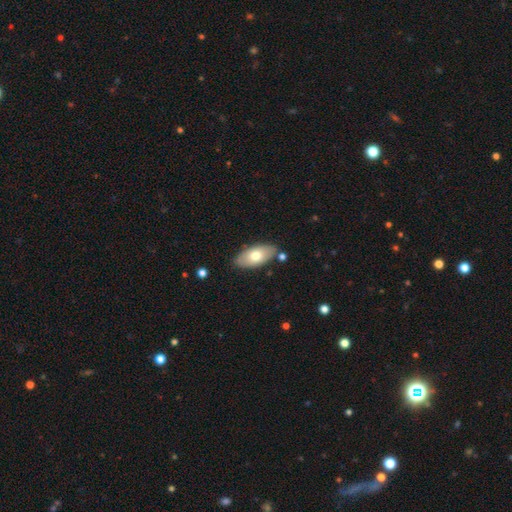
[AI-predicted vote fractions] Smooth or featured: smooth — 69% (featured or disk — 25%)
How rounded: in between — 92% (cigar-shaped — 5%)
Merging: none — 81% (minor disturbance — 12%)